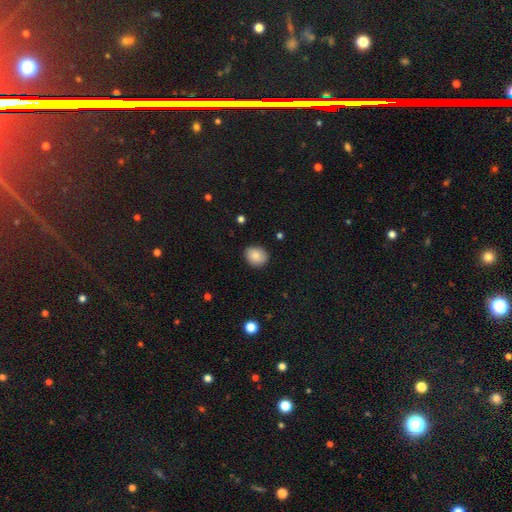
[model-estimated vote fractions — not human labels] Q: Smooth or featured?
A: smooth (85%); runner-up: star or artifact (8%)
Q: How rounded?
A: round (61%); runner-up: in between (39%)
Q: Merging?
A: none (86%); runner-up: minor disturbance (11%)